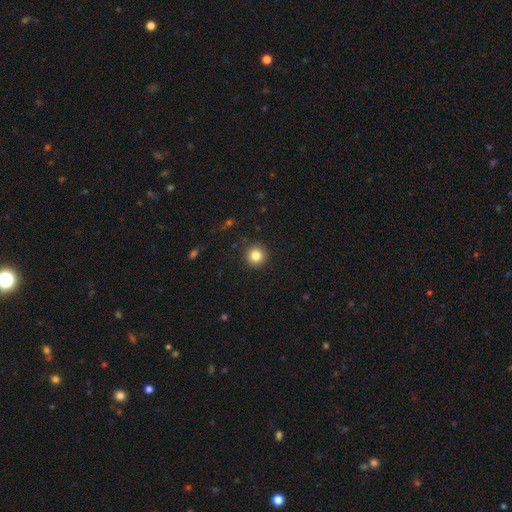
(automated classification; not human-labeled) This appears to be a smooth galaxy with no disk features (84%) that is round (96%). Merging: none (92%).